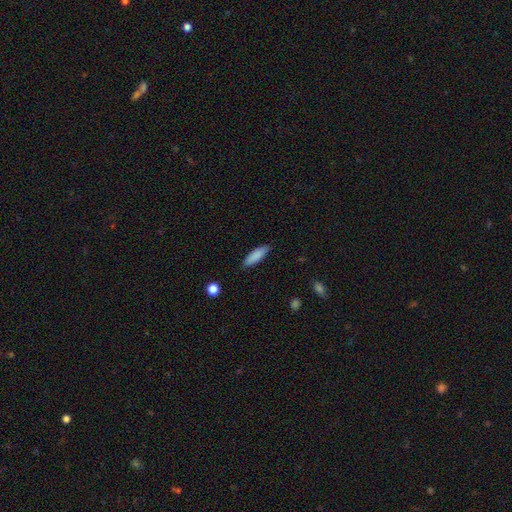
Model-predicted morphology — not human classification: type=smooth (87%); roundness=cigar-shaped (52%); merging=none (86%).